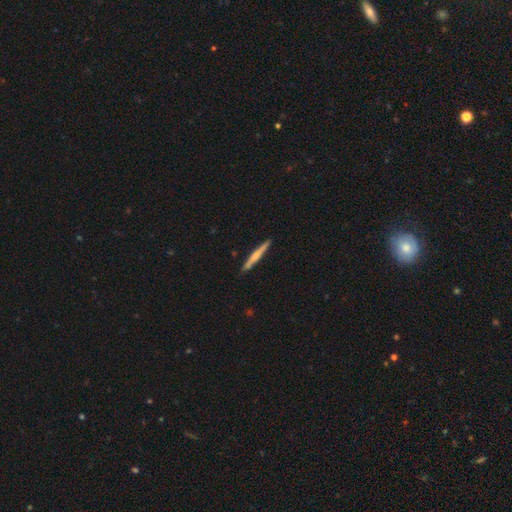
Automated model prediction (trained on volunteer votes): A smooth galaxy with no disk features (48%).

Vote fractions:
- Smooth or featured? smooth: 48% / featured or disk: 46% / star or artifact: 5%
- Merging? none: 91% / minor disturbance: 7% / major disturbance: 1% / merger: 1%